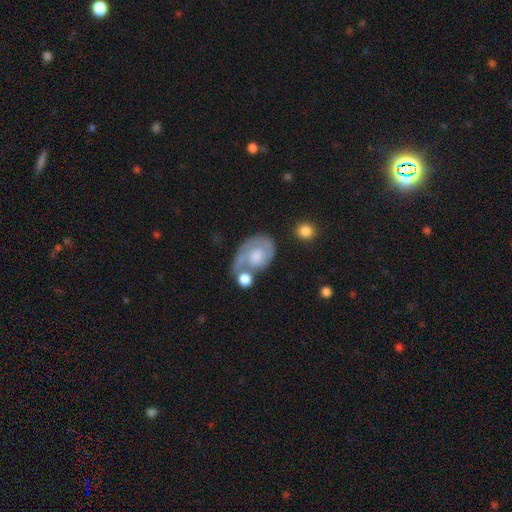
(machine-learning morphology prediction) smooth_or_featured: featured or disk (p=0.59) [alt: smooth p=0.35]
disk_edge_on: no (p=0.97) [alt: yes p=0.03]
bar: no (p=0.77) [alt: weak p=0.20]
has_spiral_arms: yes (p=0.72) [alt: no p=0.28]
bulge_size: moderate (p=0.39) [alt: large p=0.22]
merging: none (p=0.35) [alt: merger p=0.24]